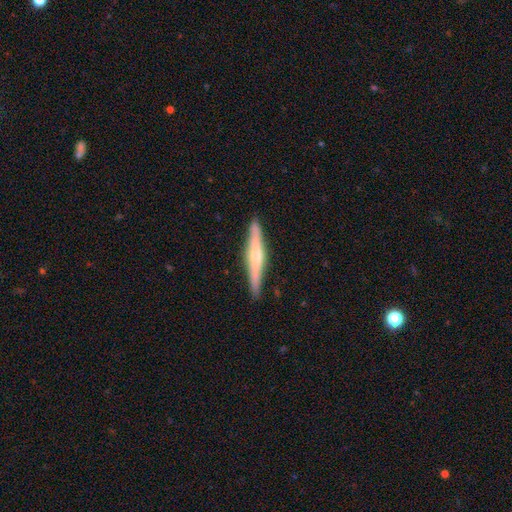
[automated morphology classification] type=featured or disk (60%); edge-on=yes (96%); edge-on bulge=rounded (70%); merging=none (90%).